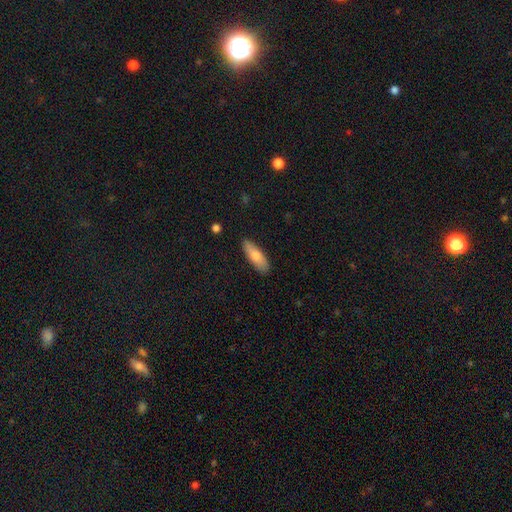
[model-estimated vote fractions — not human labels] A smooth galaxy with no disk features (76%) that is in between round and cigar-shaped (58%). Merging: none (85%).